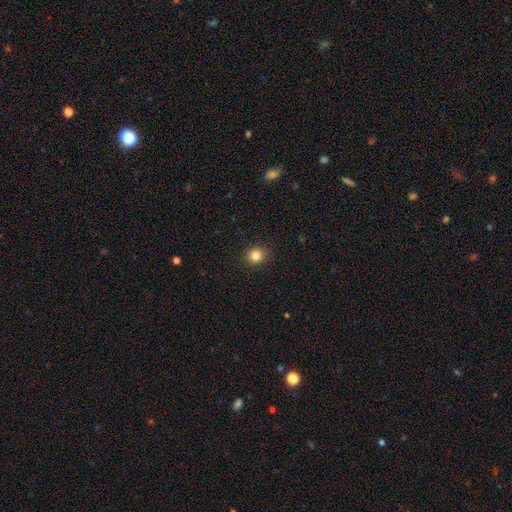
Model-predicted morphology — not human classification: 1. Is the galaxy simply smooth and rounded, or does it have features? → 83% smooth, 12% star or artifact, 5% featured or disk.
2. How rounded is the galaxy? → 88% round, 11% in between, 1% cigar-shaped.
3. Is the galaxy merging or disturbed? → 91% none, 6% minor disturbance, 2% major disturbance, 1% merger.